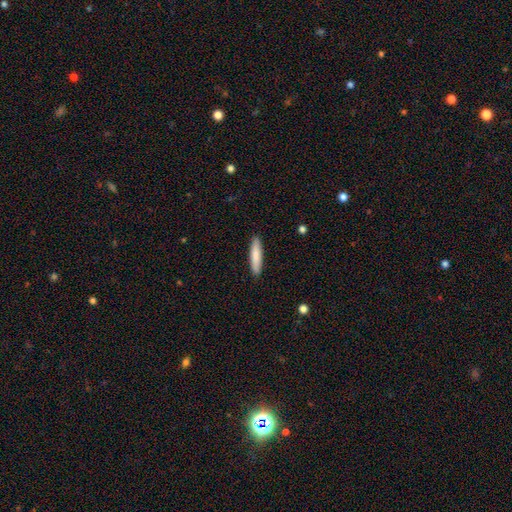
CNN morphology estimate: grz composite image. It shows a smooth galaxy with no disk features (83%) that is cigar-shaped (86%). Merging: none (91%).